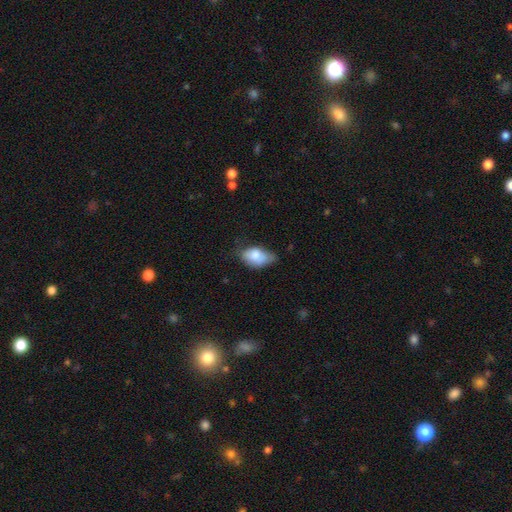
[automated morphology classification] Smooth or featured? Predicted: smooth (p=0.75). How rounded? Predicted: in between (p=0.90). Merging? Predicted: minor disturbance (p=0.43).